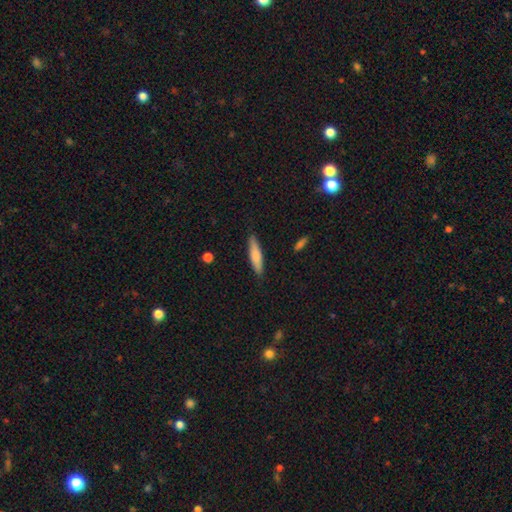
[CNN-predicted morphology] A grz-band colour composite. It shows a smooth galaxy with no disk features (78%) that is cigar-shaped (78%). Merging: none (87%).